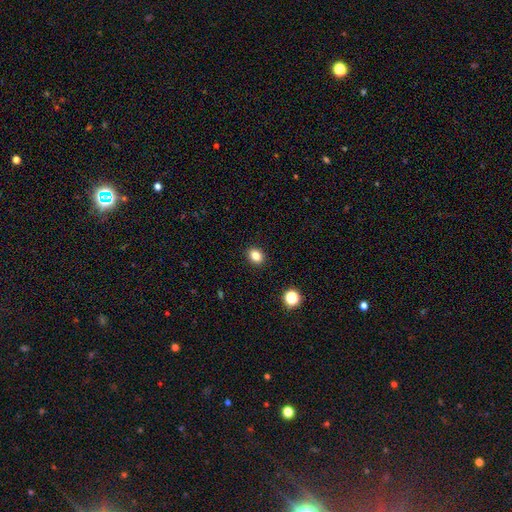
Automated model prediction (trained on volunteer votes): The model was most divided on "how rounded": in between: 50%, round: 49%, cigar-shaped: 1%. More confident: merging — none (91%); smooth or featured — smooth (83%).